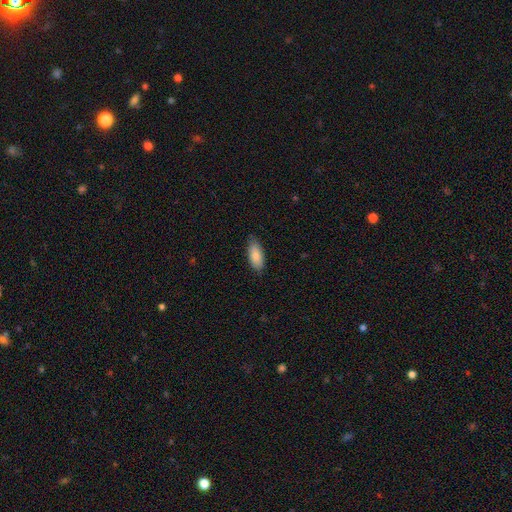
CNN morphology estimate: Q: Smooth or featured?
A: smooth (84%); runner-up: featured or disk (10%)
Q: How rounded?
A: in between (83%); runner-up: cigar-shaped (15%)
Q: Merging?
A: none (81%); runner-up: minor disturbance (16%)